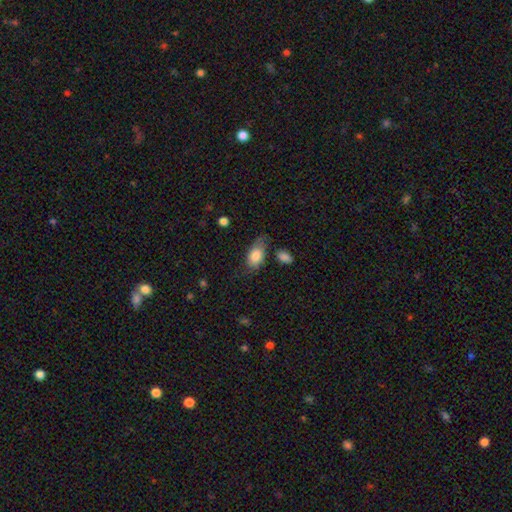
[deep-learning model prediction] A smooth galaxy with no disk features (80%) that is in between round and cigar-shaped (89%).

Vote fractions:
- Smooth or featured? smooth: 80% / featured or disk: 13% / star or artifact: 7%
- How rounded? in between: 89% / round: 7% / cigar-shaped: 4%
- Merging? none: 53% / minor disturbance: 30% / major disturbance: 12% / merger: 5%